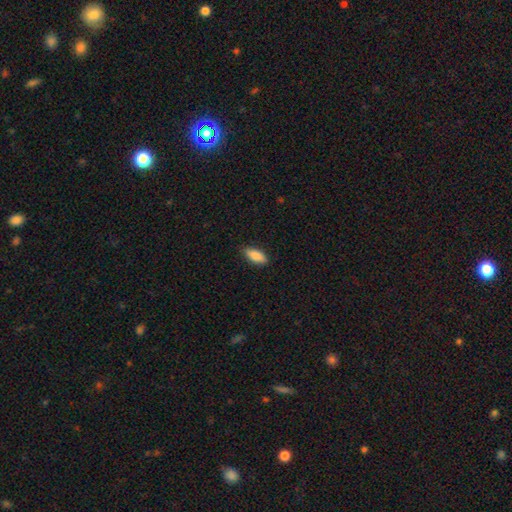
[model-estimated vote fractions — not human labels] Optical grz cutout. It shows a smooth galaxy with no disk features (87%) that is in between round and cigar-shaped (84%). Merging: none (85%).